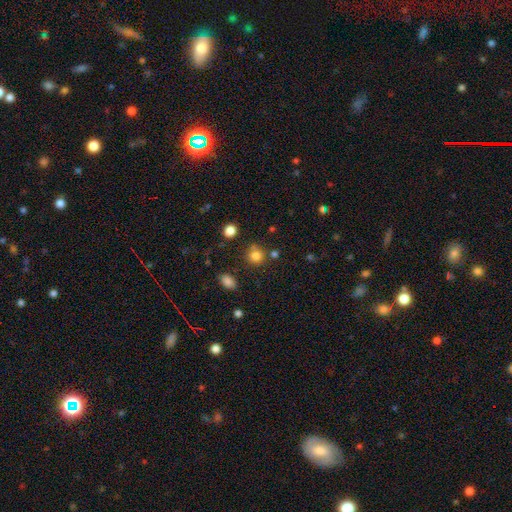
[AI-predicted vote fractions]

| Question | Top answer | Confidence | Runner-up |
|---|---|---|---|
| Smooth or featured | smooth | 80% | star or artifact (14%) |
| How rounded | round | 88% | in between (11%) |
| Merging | none | 74% | minor disturbance (11%) |